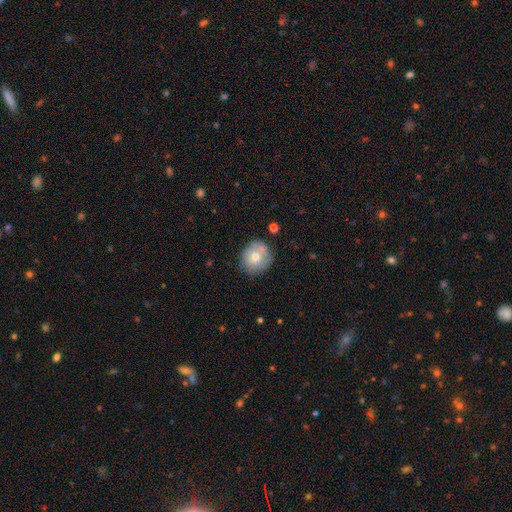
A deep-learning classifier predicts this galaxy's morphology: Smooth or featured: smooth — 68% (featured or disk — 23%)
How rounded: round — 88% (in between — 11%)
Merging: none — 68% (minor disturbance — 17%)